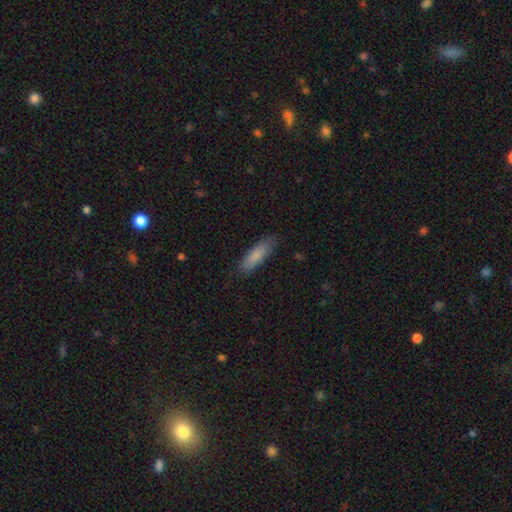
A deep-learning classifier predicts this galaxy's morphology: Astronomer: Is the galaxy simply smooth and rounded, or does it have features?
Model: smooth — 83%.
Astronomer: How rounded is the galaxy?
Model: cigar-shaped — 60% (runner-up: in between, 38%).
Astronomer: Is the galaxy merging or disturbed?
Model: none — 84%.